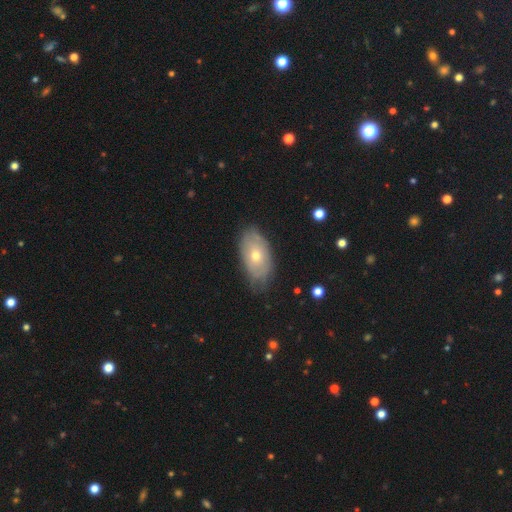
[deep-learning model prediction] smooth-or-featured: smooth: 50% | featured or disk: 43% | star or artifact: 7%
  how-rounded: in between: 91% | round: 6% | cigar-shaped: 3%
  merging: none: 73% | minor disturbance: 22% | major disturbance: 4% | merger: 1%